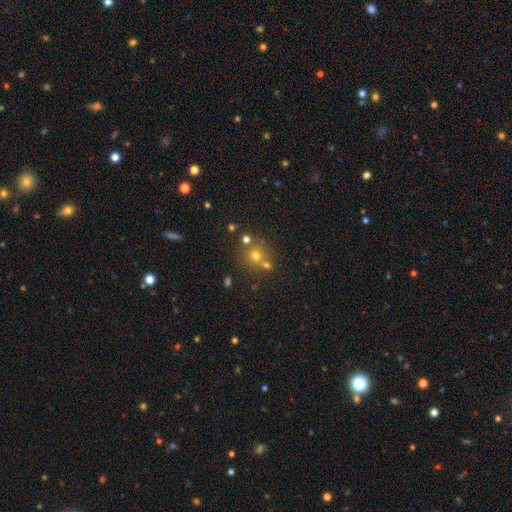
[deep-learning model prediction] Q: Smooth or featured?
A: smooth (65%); runner-up: star or artifact (21%)
Q: How rounded?
A: round (90%); runner-up: in between (9%)
Q: Merging?
A: none (64%); runner-up: merger (24%)